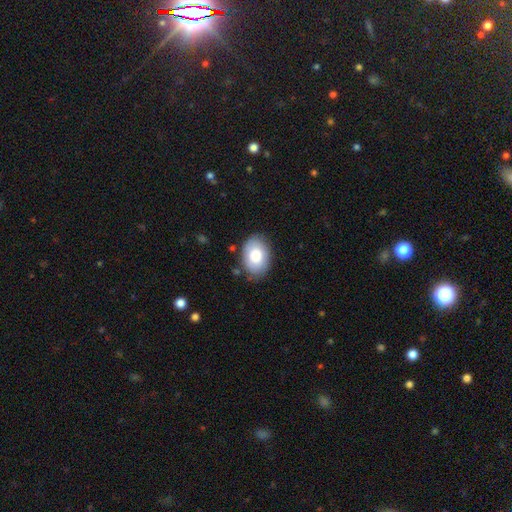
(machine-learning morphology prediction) This is likely a smooth galaxy (78%). How rounded: clearly in between (83%). Merging: clearly none (82%).